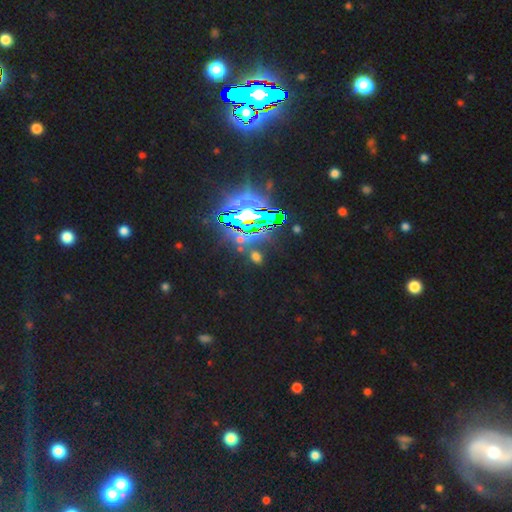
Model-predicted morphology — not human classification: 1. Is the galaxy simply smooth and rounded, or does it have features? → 79% star or artifact, 14% smooth, 8% featured or disk.